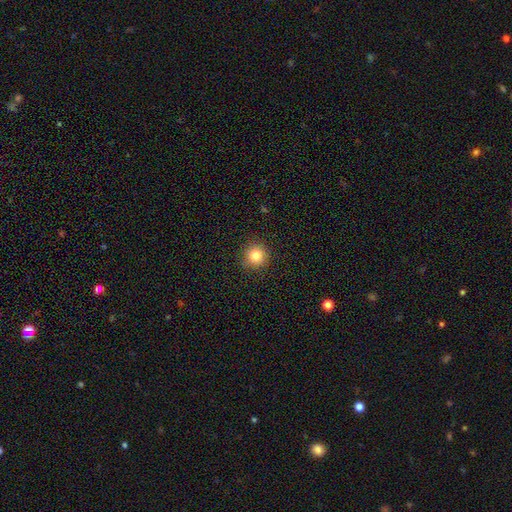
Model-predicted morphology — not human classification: smooth_or_featured: smooth (p=0.83) [alt: star or artifact p=0.12]
how_rounded: round (p=0.95) [alt: in between p=0.05]
merging: none (p=0.91) [alt: minor disturbance p=0.07]